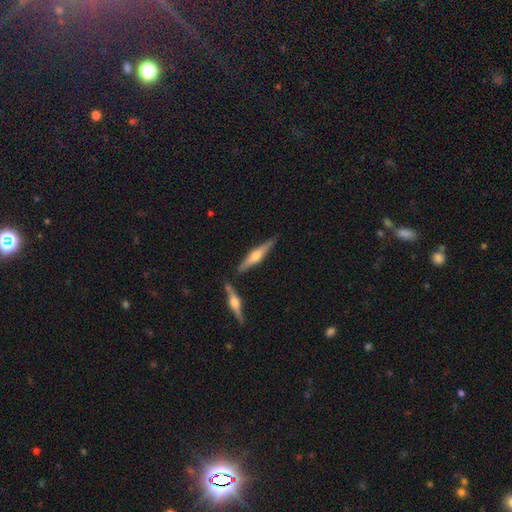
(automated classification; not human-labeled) Smooth or featured?
  - featured or disk: 65% *
  - smooth: 29%
  - star or artifact: 6%
Edge-on disk?
  - yes: 97% *
  - no: 3%
Edge-on bulge?
  - rounded: 92% *
  - boxy: 4%
  - none: 3%
Merging?
  - none: 80% *
  - minor disturbance: 9%
  - merger: 9%
  - major disturbance: 2%